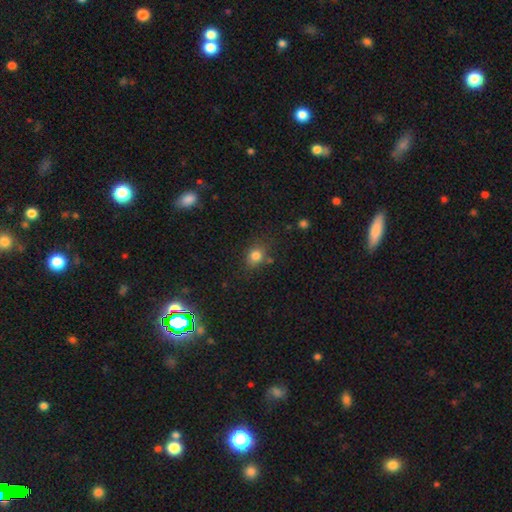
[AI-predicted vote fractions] Smooth or featured?
  - smooth: 81% *
  - star or artifact: 13%
  - featured or disk: 7%
How rounded?
  - round: 62% *
  - in between: 36%
  - cigar-shaped: 1%
Merging?
  - none: 75% *
  - minor disturbance: 15%
  - merger: 5%
  - major disturbance: 4%